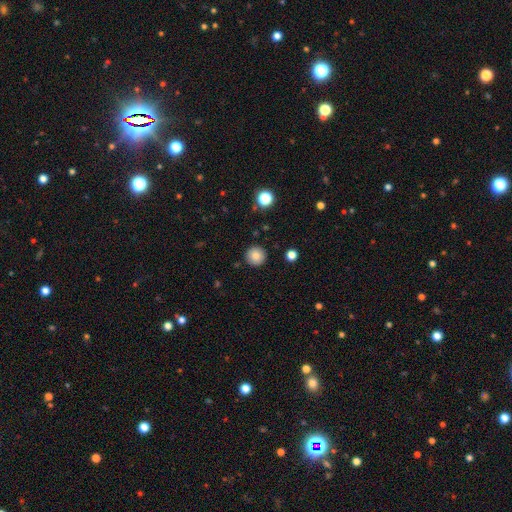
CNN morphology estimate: Smooth or featured? smooth (83%)
How rounded? round (96%)
Merging? none (91%)